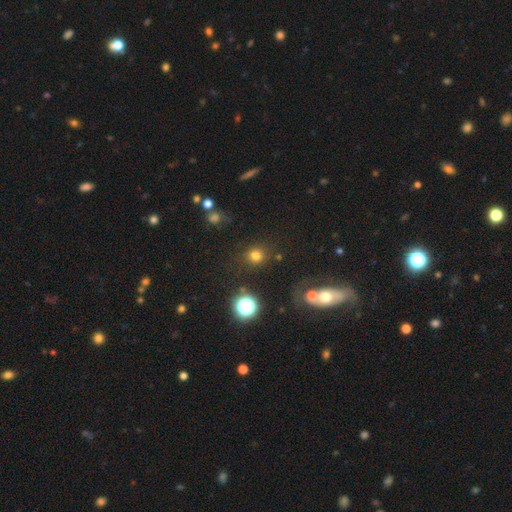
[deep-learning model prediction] A smooth galaxy with no disk features (75%) that is round (90%).

Vote fractions:
- Smooth or featured? smooth: 75% / star or artifact: 19% / featured or disk: 6%
- How rounded? round: 90% / in between: 9% / cigar-shaped: 1%
- Merging? none: 84% / minor disturbance: 8% / merger: 4% / major disturbance: 4%